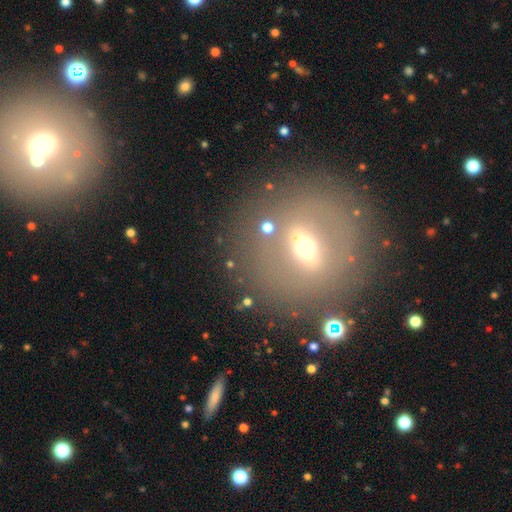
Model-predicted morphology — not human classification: This is possibly a featured or disk galaxy (47%). Merging: likely none (79%).